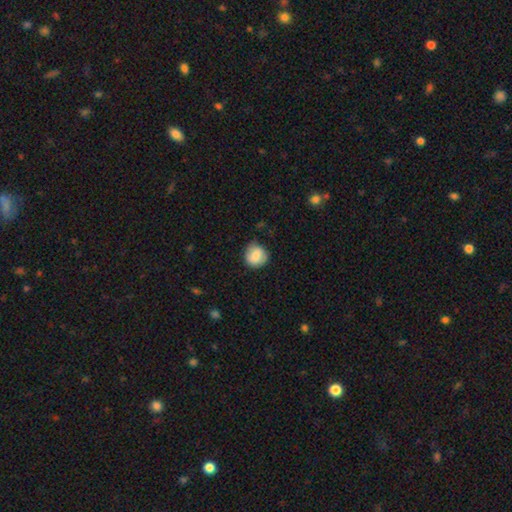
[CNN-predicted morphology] smooth_or_featured: smooth (p=0.81) [alt: featured or disk p=0.11]
how_rounded: round (p=0.85) [alt: in between p=0.14]
merging: none (p=0.72) [alt: minor disturbance p=0.21]